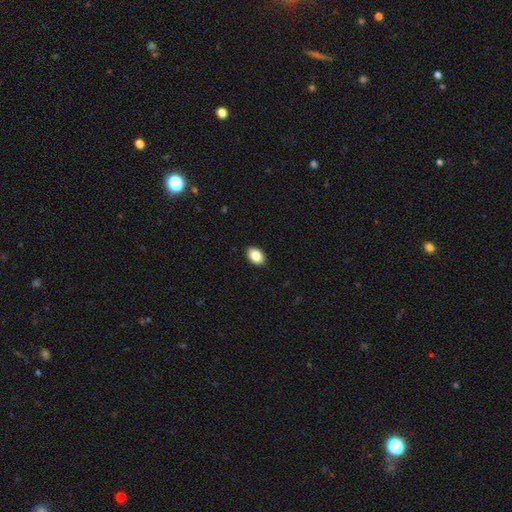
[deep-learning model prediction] Smooth or featured?
  - smooth: 85% *
  - star or artifact: 8%
  - featured or disk: 7%
How rounded?
  - in between: 88% *
  - round: 11%
  - cigar-shaped: 1%
Merging?
  - none: 90% *
  - minor disturbance: 7%
  - major disturbance: 2%
  - merger: 1%